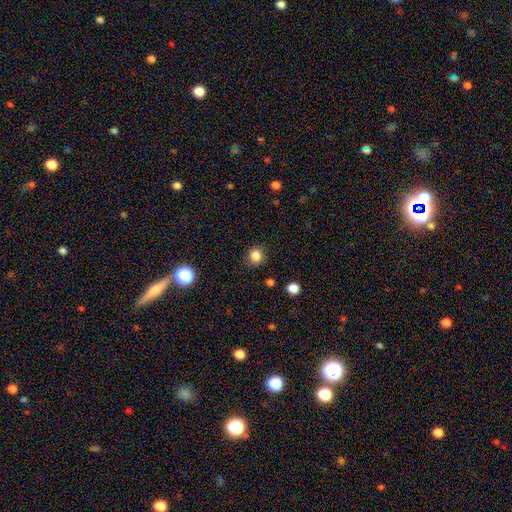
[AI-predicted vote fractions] Smooth or featured?
  - smooth: 84% *
  - star or artifact: 12%
  - featured or disk: 4%
How rounded?
  - round: 89% *
  - in between: 10%
  - cigar-shaped: 1%
Merging?
  - none: 87% *
  - minor disturbance: 8%
  - major disturbance: 3%
  - merger: 1%